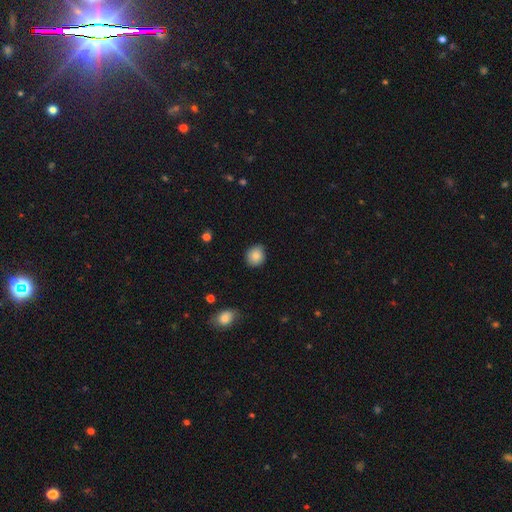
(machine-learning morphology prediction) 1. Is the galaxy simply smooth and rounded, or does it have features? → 84% smooth, 8% star or artifact, 7% featured or disk.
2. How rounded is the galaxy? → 78% round, 21% in between, 1% cigar-shaped.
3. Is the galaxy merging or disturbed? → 81% none, 16% minor disturbance, 3% major disturbance, 1% merger.